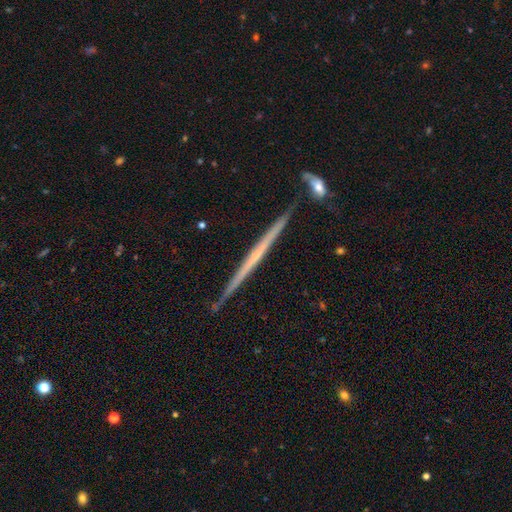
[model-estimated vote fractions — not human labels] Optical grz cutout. It shows a featured or disk galaxy (67%) viewed edge-on (98%) with no central bulge (87%). Merging: none (89%).